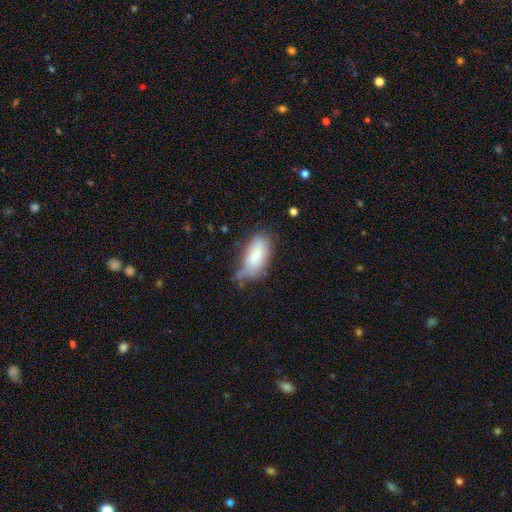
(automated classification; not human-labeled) Overall: smooth (70%). How rounded: in between (92%). Merging: none (42%; minor disturbance 39%).